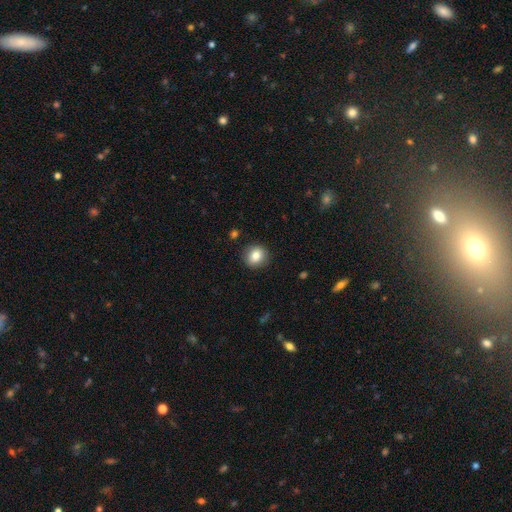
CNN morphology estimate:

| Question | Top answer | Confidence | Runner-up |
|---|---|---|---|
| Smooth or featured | smooth | 82% | star or artifact (9%) |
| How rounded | round | 82% | in between (17%) |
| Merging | none | 89% | minor disturbance (8%) |